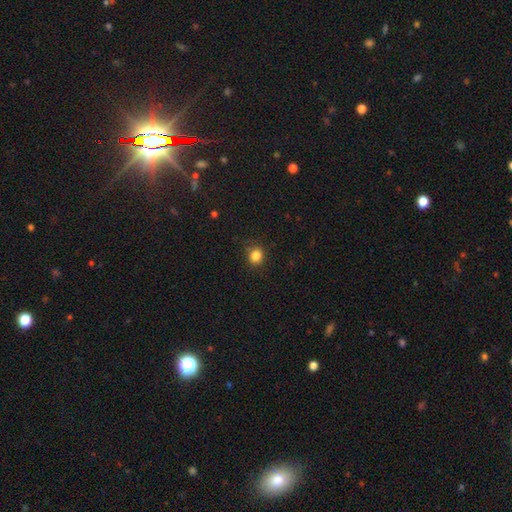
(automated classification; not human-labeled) smooth-or-featured: smooth: 83% | star or artifact: 12% | featured or disk: 4%
  how-rounded: round: 78% | in between: 21% | cigar-shaped: 1%
  merging: none: 82% | minor disturbance: 13% | major disturbance: 3% | merger: 1%